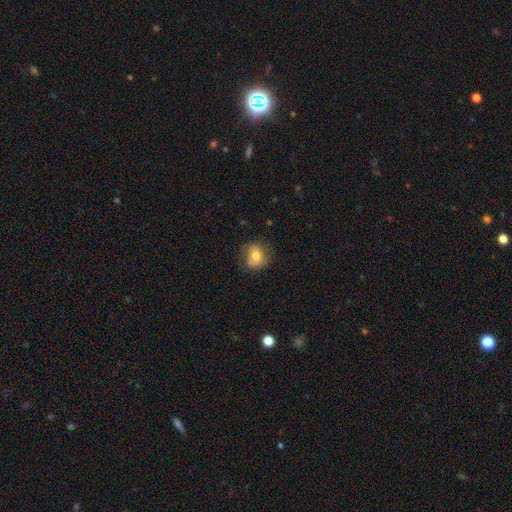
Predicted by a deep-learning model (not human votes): The model was most divided on "how rounded": round: 66%, in between: 33%, cigar-shaped: 1%. More confident: smooth or featured — smooth (70%); merging — none (65%).